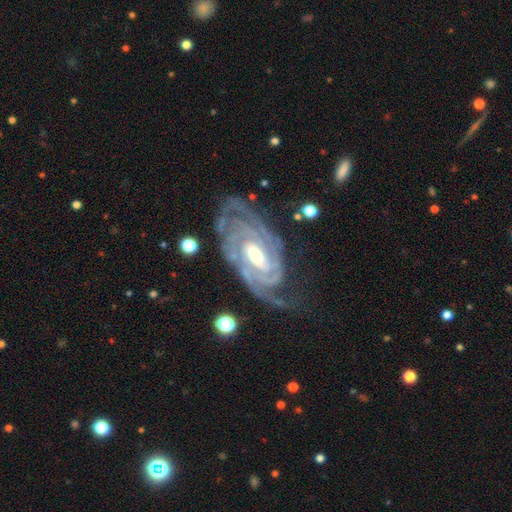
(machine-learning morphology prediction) Smooth or featured? featured or disk (92%)
Edge-on disk? no (96%)
Bar? weak (41%)
Spiral arms? yes (98%)
Spiral winding? tight (73%)
Spiral arm count? 3 (27%)
Bulge size? moderate (68%)
Merging? none (66%)